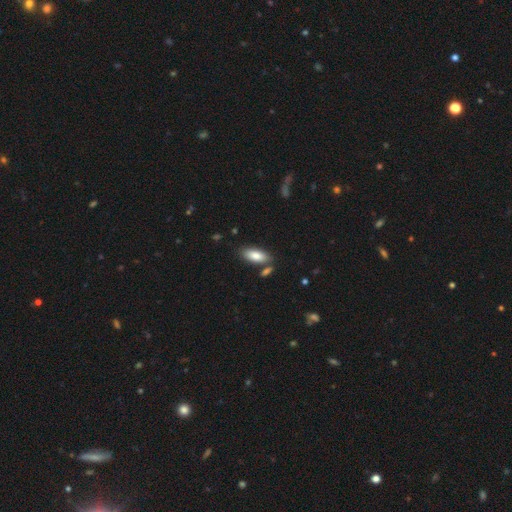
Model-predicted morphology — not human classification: smooth 83%, featured or disk 11%, star or artifact 6%. Down the decision tree: how rounded — in between (83%); merging — none (77%).